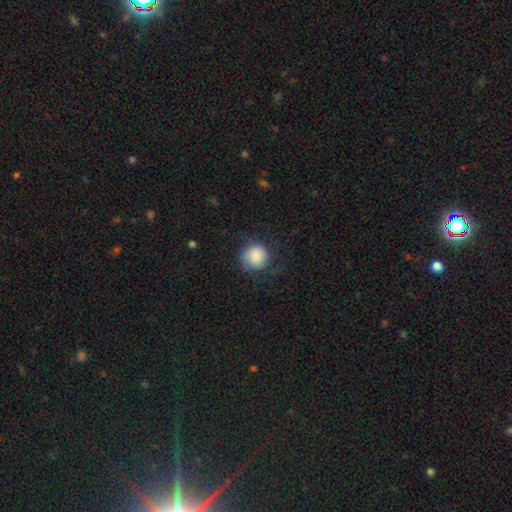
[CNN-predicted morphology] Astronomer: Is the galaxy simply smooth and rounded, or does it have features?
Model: smooth — 76%.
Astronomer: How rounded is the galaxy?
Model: round — 84%.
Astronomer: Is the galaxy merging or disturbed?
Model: none — 58%.